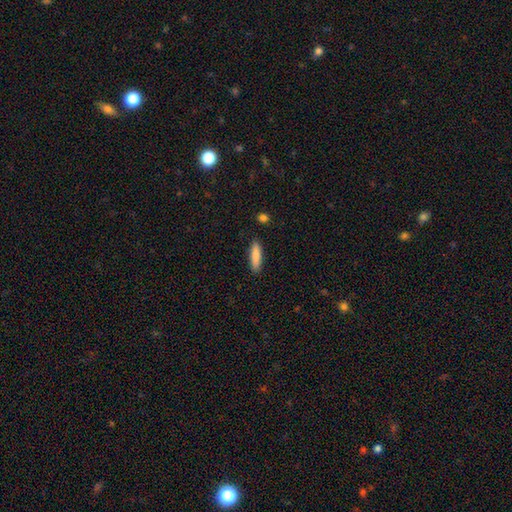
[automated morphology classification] A smooth galaxy with no disk features (86%) that is cigar-shaped (72%). Merging: none (89%).